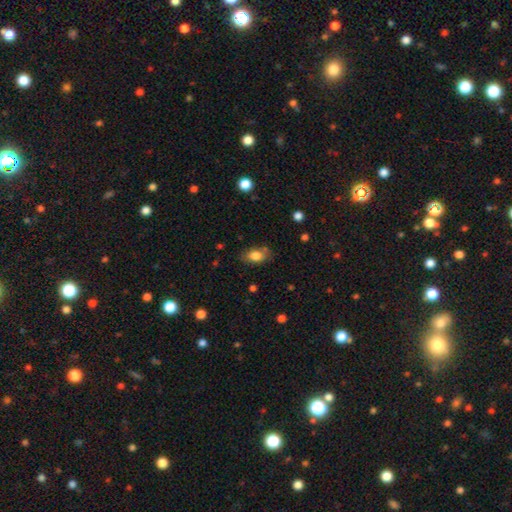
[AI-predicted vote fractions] A smooth galaxy with no disk features (80%) that is in between round and cigar-shaped (86%).

Vote fractions:
- Smooth or featured? smooth: 80% / featured or disk: 12% / star or artifact: 8%
- How rounded? in between: 86% / round: 11% / cigar-shaped: 3%
- Merging? none: 74% / minor disturbance: 18% / major disturbance: 5% / merger: 3%